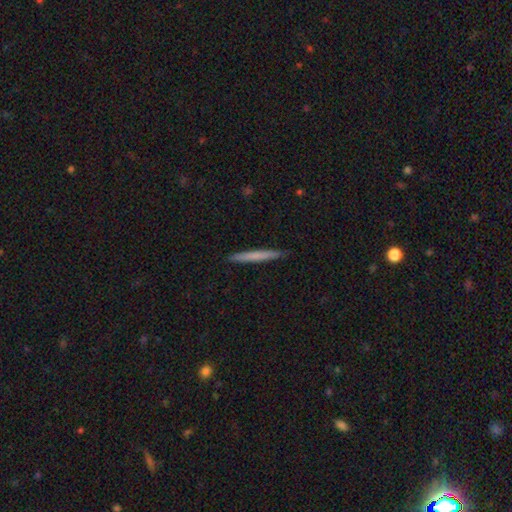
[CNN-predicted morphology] This appears to be a smooth galaxy with no disk features (64%) that is cigar-shaped (97%). Merging: none (91%).